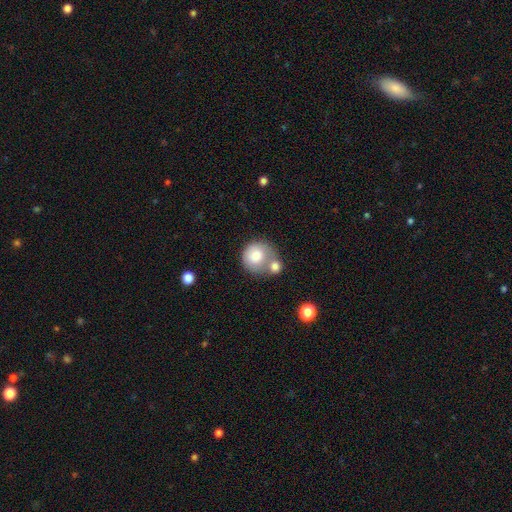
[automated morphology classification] smooth-or-featured: smooth: 80% | featured or disk: 13% | star or artifact: 7%
  how-rounded: round: 84% | in between: 15% | cigar-shaped: 1%
  merging: merger: 44% | none: 36% | minor disturbance: 13% | major disturbance: 7%